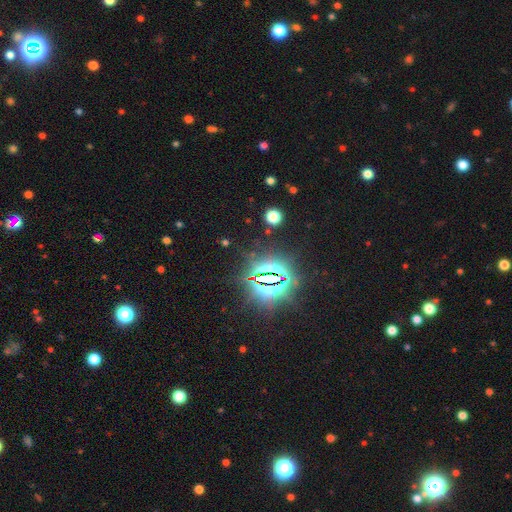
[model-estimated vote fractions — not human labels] smooth-or-featured: star or artifact: 85% | smooth: 9% | featured or disk: 6%